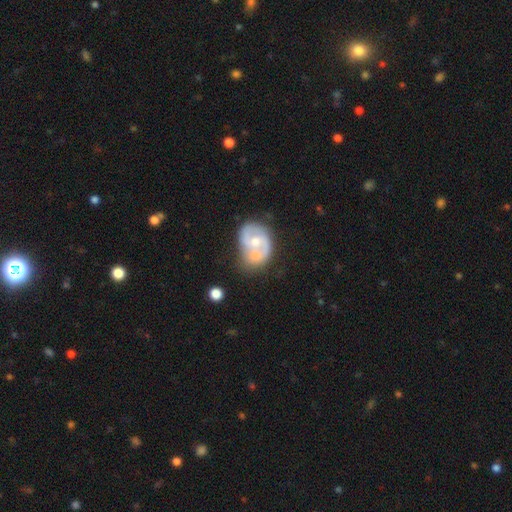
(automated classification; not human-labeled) A featured or disk galaxy (66%) with no bar (58%), spiral arms (67%) and a moderate central bulge (64%).

Vote fractions:
- Smooth or featured? featured or disk: 66% / smooth: 28% / star or artifact: 6%
- Edge-on disk? no: 97% / yes: 3%
- Bar? no: 58% / weak: 34% / strong: 8%
- Spiral arms? yes: 67% / no: 33%
- Bulge size? moderate: 64% / small: 26% / large: 5% / none: 3% / dominant: 1%
- Merging? none: 36% / merger: 30% / minor disturbance: 22% / major disturbance: 12%